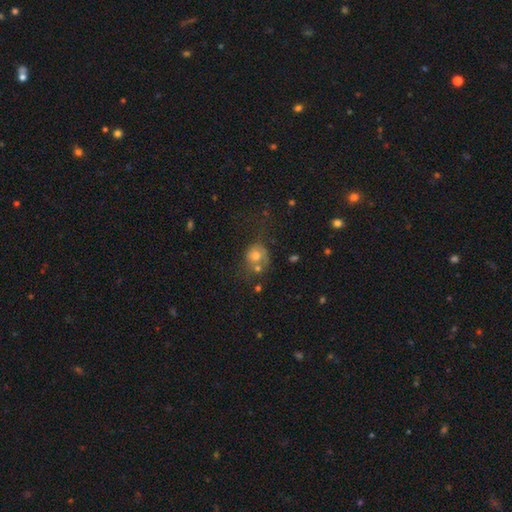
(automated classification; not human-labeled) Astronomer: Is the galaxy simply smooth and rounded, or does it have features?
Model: smooth — 64%.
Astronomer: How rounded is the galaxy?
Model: round — 74%.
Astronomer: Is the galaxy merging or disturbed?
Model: none — 37% (runner-up: merger, 21%).